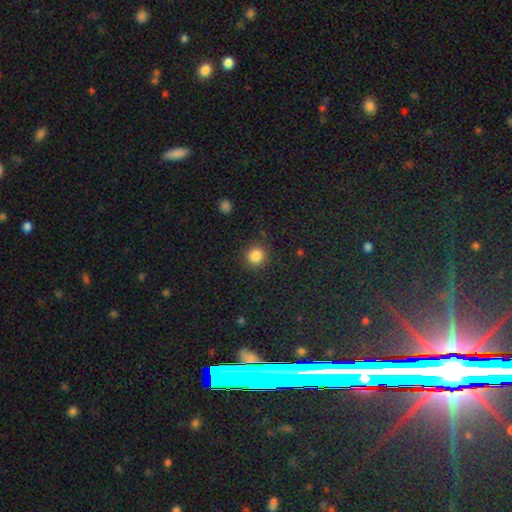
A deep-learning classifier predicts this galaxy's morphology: Smooth or featured? smooth (84%)
How rounded? round (92%)
Merging? none (89%)